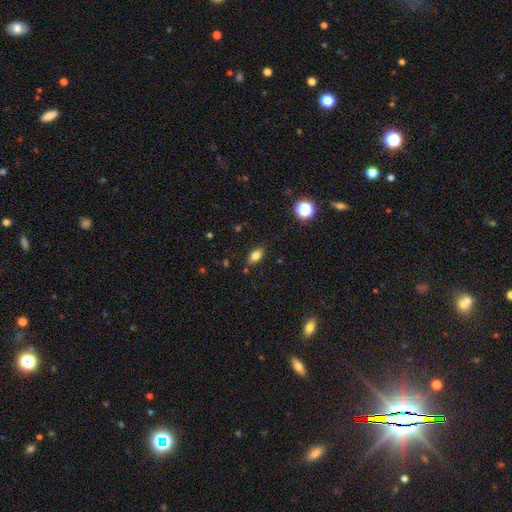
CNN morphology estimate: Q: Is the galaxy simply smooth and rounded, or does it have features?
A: smooth — 79%.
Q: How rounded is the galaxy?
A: in between — 85%.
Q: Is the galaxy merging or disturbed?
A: none — 82%.